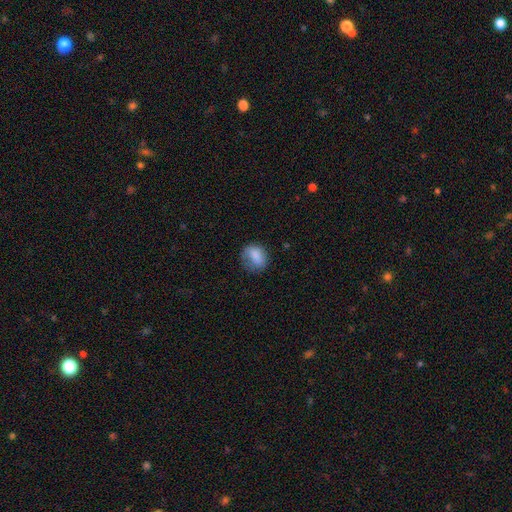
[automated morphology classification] Smooth or featured? Predicted: smooth (p=0.81). How rounded? Predicted: in between (p=0.55). Merging? Predicted: none (p=0.52).